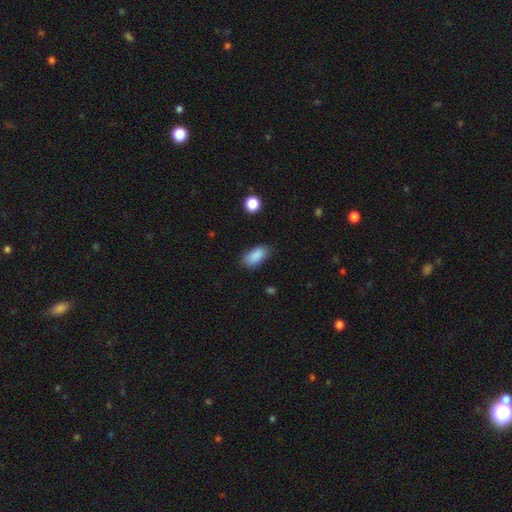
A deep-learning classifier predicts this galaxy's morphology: Smooth or featured: smooth — 88% (star or artifact — 8%)
How rounded: in between — 91% (cigar-shaped — 6%)
Merging: none — 77% (minor disturbance — 17%)